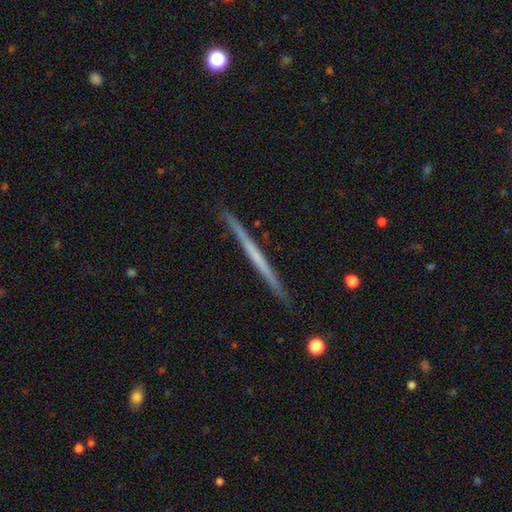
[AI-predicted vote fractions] Smooth or featured: featured or disk — 59% (smooth — 36%)
Edge-on disk: yes — 98% (no — 2%)
Edge-on bulge: none — 91% (rounded — 6%)
Merging: none — 92% (minor disturbance — 6%)